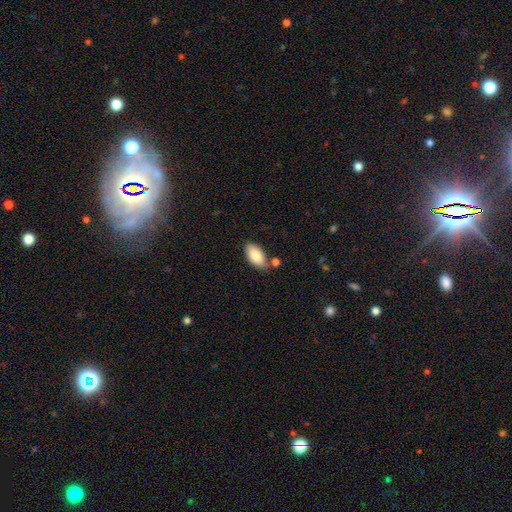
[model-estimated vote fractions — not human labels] This appears to be a smooth galaxy with no disk features (85%) that is in between round and cigar-shaped (95%). Merging: none (71%).